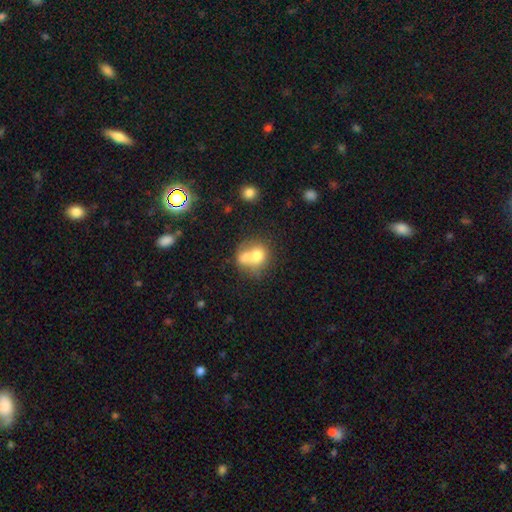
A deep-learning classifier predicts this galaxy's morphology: This is likely a smooth galaxy (69%). How rounded: likely round (70%). Merging: likely merger (63%).